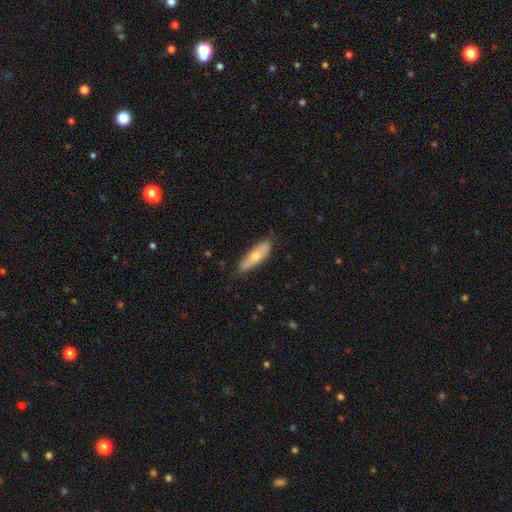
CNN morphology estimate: The model was most divided on "how rounded": cigar-shaped: 50%, in between: 48%, round: 2%. More confident: merging — none (73%); smooth or featured — smooth (57%).